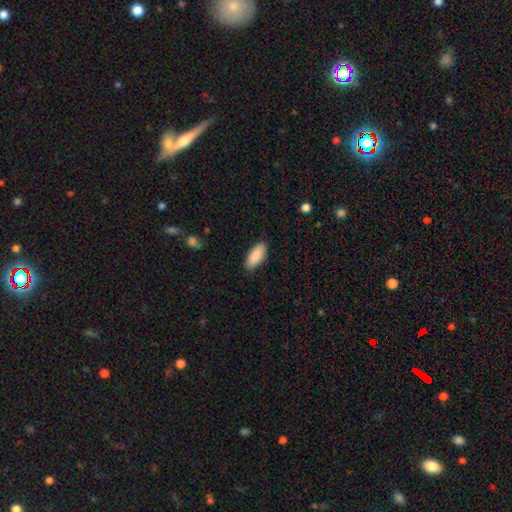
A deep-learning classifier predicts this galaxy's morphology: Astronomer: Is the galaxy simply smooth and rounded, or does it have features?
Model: smooth — 90%.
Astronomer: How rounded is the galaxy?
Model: in between — 87%.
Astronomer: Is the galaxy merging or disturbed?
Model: none — 86%.